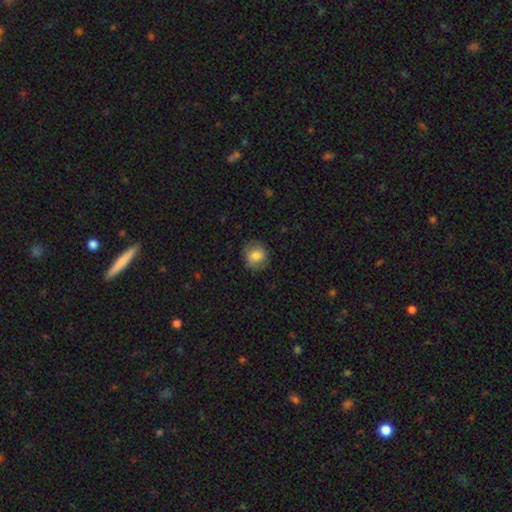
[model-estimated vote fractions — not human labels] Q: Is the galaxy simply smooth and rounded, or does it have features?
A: smooth — 78%.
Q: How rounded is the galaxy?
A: round — 71%.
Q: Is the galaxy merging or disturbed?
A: none — 78%.